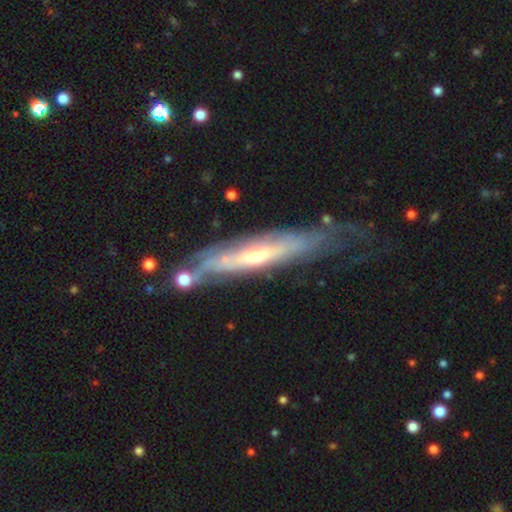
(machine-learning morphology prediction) Smooth or featured? Predicted: featured or disk (p=0.76). Edge-on disk? Predicted: yes (p=0.57). Merging? Predicted: none (p=0.59).